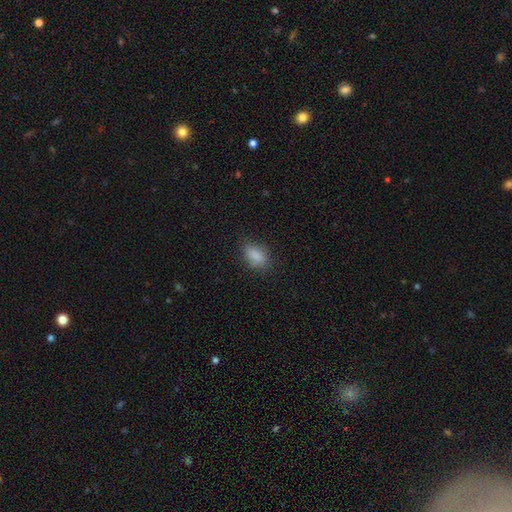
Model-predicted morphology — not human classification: This is clearly a smooth galaxy (86%). How rounded: clearly in between (86%). Merging: likely none (77%).